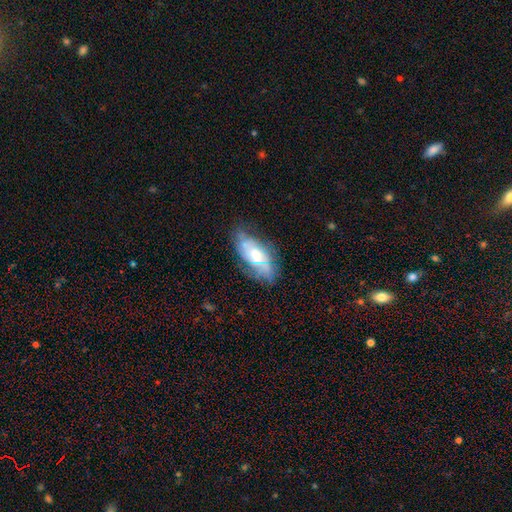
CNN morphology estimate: featured or disk 48%, smooth 44%, star or artifact 8%. Down the decision tree: merging — none (55%).